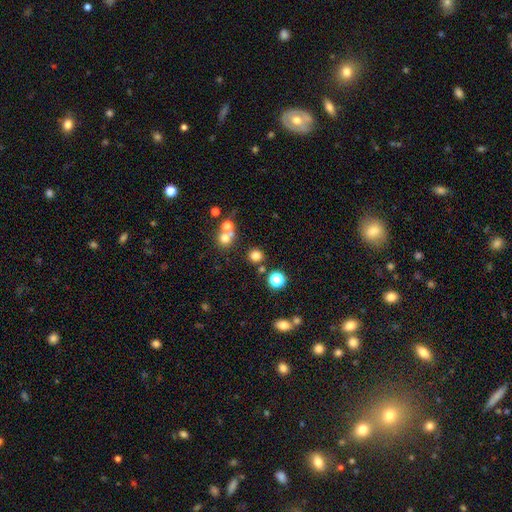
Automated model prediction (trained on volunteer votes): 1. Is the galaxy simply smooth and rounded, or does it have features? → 74% smooth, 19% star or artifact, 7% featured or disk.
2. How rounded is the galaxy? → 91% round, 8% in between, 1% cigar-shaped.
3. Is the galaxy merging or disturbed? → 76% none, 14% merger, 7% minor disturbance, 3% major disturbance.